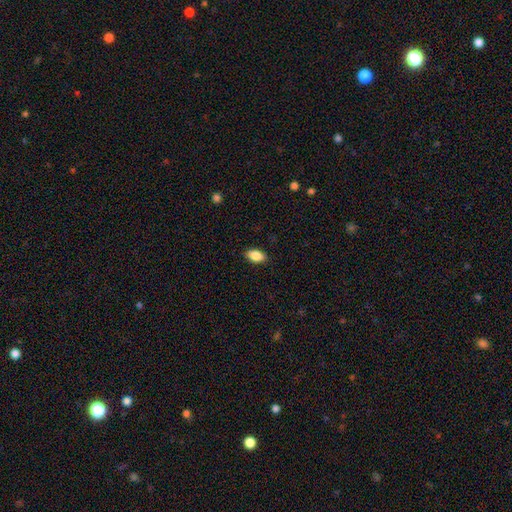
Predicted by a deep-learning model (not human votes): A smooth galaxy with no disk features (88%) that is in between round and cigar-shaped (92%).

Vote fractions:
- Smooth or featured? smooth: 88% / star or artifact: 7% / featured or disk: 5%
- How rounded? in between: 92% / round: 6% / cigar-shaped: 2%
- Merging? none: 88% / minor disturbance: 9% / major disturbance: 2% / merger: 1%